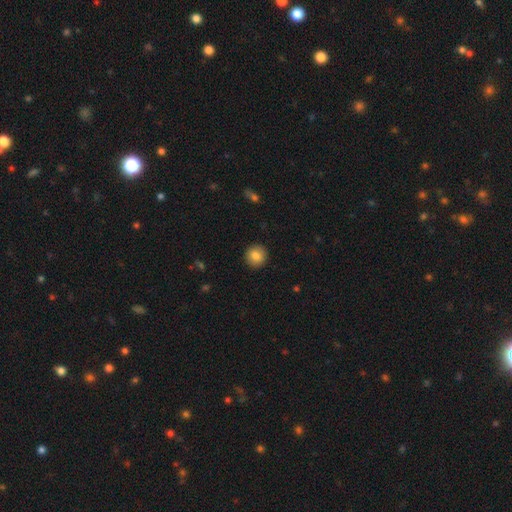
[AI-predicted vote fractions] The model was most divided on "smooth or featured": smooth: 85%, star or artifact: 8%, featured or disk: 7%. More confident: how rounded — round (94%); merging — none (93%).